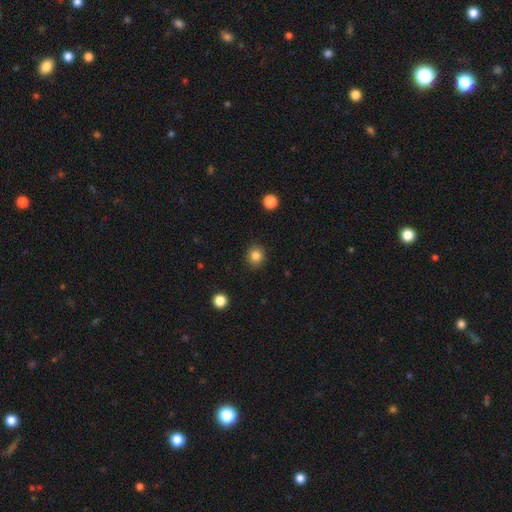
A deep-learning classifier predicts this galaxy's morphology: smooth-or-featured: smooth: 84% | star or artifact: 11% | featured or disk: 5%
  how-rounded: round: 85% | in between: 14% | cigar-shaped: 1%
  merging: none: 90% | minor disturbance: 7% | major disturbance: 2% | merger: 1%